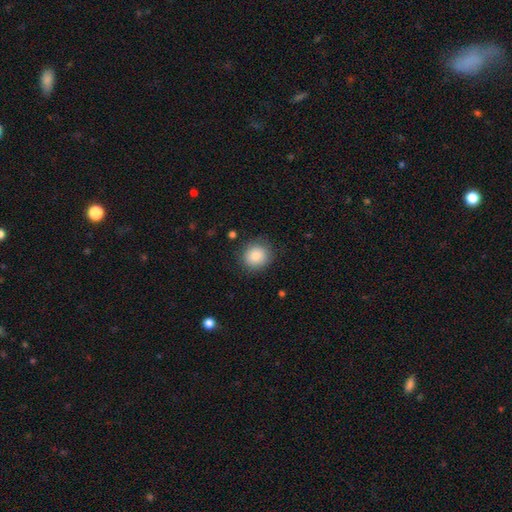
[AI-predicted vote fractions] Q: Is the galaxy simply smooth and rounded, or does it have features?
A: smooth — 87%.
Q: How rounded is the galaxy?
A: round — 86%.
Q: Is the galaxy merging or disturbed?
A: none — 85%.